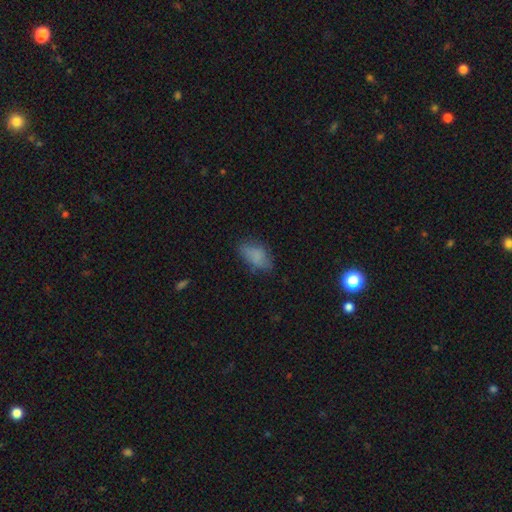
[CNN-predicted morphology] type=smooth (77%); roundness=in between (90%); merging=none (61%).